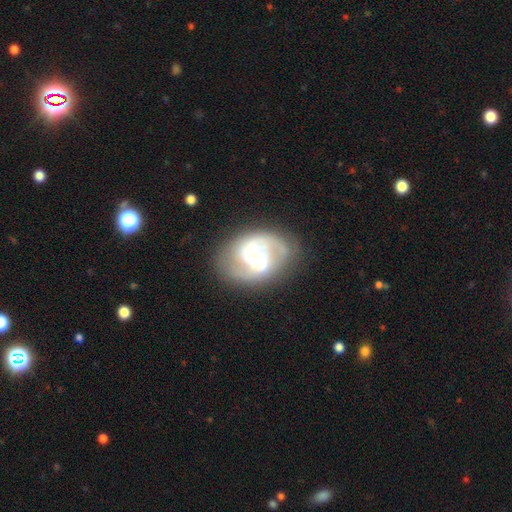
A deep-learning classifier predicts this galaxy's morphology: A featured or disk galaxy (74%) with no bar (49%), 2 (62%) medium (45%) spiral arms (82%) and no central bulge (36%).

Vote fractions:
- Smooth or featured? featured or disk: 74% / smooth: 18% / star or artifact: 8%
- Edge-on disk? no: 98% / yes: 2%
- Bar? no: 49% / weak: 35% / strong: 17%
- Spiral arms? yes: 82% / no: 18%
- Spiral winding? medium: 45% / loose: 28% / tight: 27%
- Spiral arm count? 2: 62% / can't tell: 17% / 3: 10% / 1: 7% / 4: 3% / more than 4: 2%
- Bulge size? none: 36% / small: 27% / moderate: 17% / large: 15% / dominant: 5%
- Merging? none: 56% / minor disturbance: 21% / major disturbance: 19% / merger: 4%